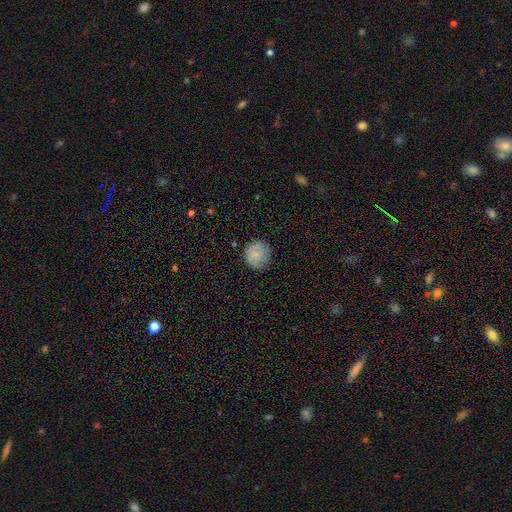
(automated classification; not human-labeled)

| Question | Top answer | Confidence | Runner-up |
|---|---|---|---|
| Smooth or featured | smooth | 75% | featured or disk (16%) |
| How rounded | round | 88% | in between (11%) |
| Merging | none | 77% | minor disturbance (18%) |